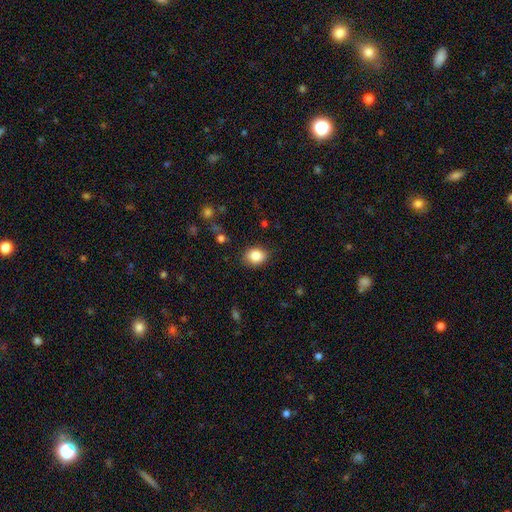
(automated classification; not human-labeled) Smooth or featured?
  - smooth: 85% *
  - star or artifact: 9%
  - featured or disk: 6%
How rounded?
  - round: 50% *
  - in between: 49%
  - cigar-shaped: 1%
Merging?
  - none: 85% *
  - minor disturbance: 11%
  - major disturbance: 3%
  - merger: 1%